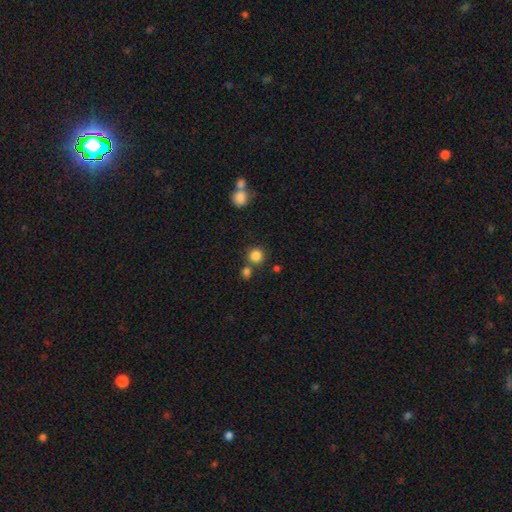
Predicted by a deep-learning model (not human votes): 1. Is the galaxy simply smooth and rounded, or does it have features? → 83% smooth, 12% star or artifact, 5% featured or disk.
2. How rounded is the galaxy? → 93% round, 6% in between, 1% cigar-shaped.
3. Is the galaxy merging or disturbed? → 73% none, 17% merger, 7% minor disturbance, 3% major disturbance.